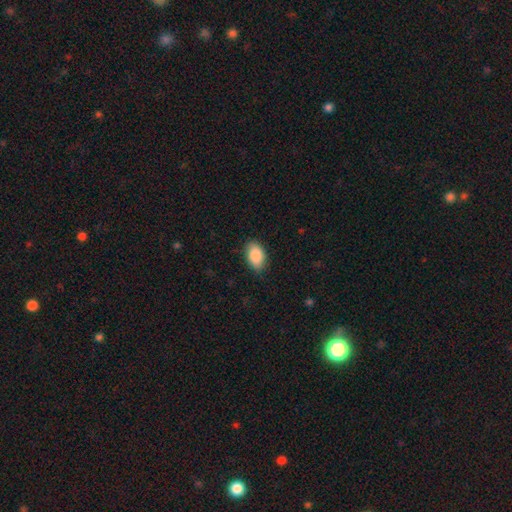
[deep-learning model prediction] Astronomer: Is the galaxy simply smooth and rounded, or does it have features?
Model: smooth — 88%.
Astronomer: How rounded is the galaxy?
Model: in between — 91%.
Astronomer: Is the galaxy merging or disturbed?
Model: none — 85%.